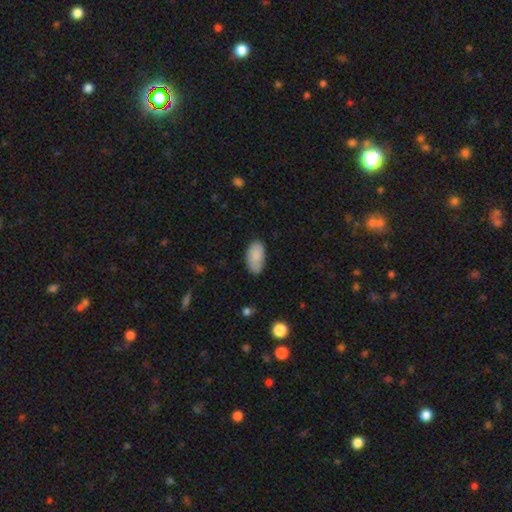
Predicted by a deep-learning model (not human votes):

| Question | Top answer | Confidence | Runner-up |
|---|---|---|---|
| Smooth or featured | smooth | 87% | featured or disk (6%) |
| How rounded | in between | 95% | round (3%) |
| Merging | none | 77% | minor disturbance (18%) |